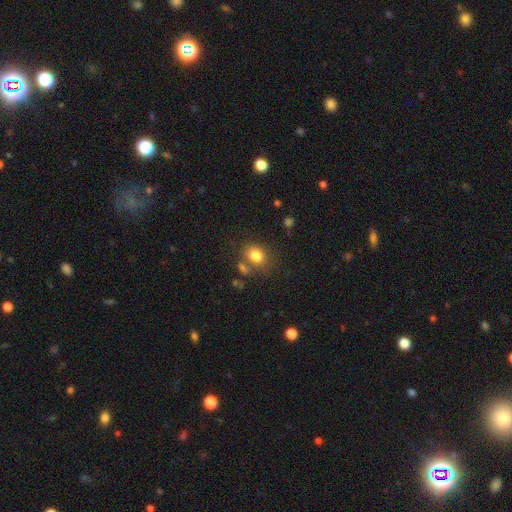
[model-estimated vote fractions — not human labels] This is clearly a smooth galaxy (81%). How rounded: possibly round (53%). Merging: likely none (66%).